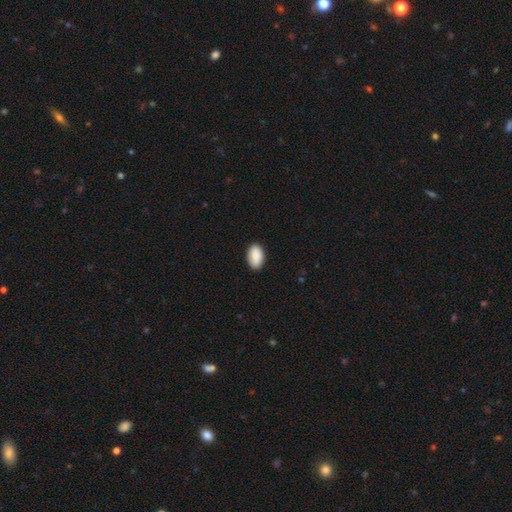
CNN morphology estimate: smooth 90%, star or artifact 6%, featured or disk 4%. Down the decision tree: how rounded — in between (94%); merging — none (88%).